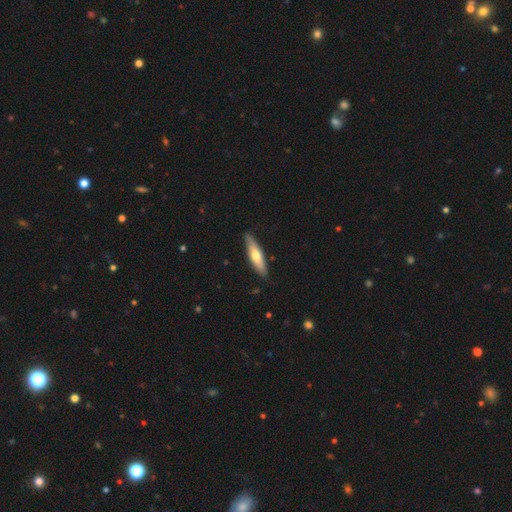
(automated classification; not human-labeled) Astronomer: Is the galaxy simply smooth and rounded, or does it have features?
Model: smooth — 58% (runner-up: featured or disk, 37%).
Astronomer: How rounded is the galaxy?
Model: cigar-shaped — 69%.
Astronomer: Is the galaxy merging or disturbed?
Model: none — 85%.